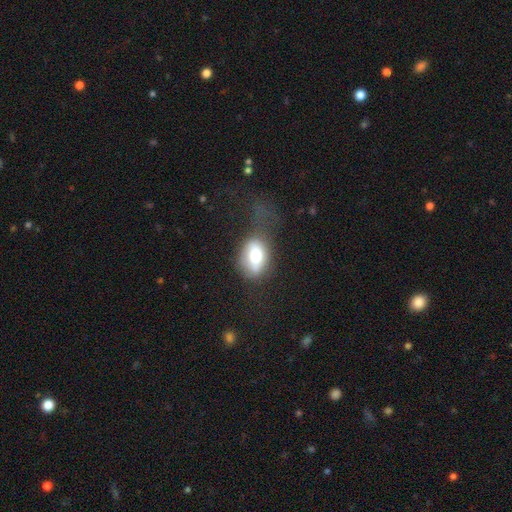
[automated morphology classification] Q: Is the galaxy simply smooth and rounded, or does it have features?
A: smooth — 64%.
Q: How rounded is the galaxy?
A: in between — 74%.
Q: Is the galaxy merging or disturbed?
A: none — 40%.